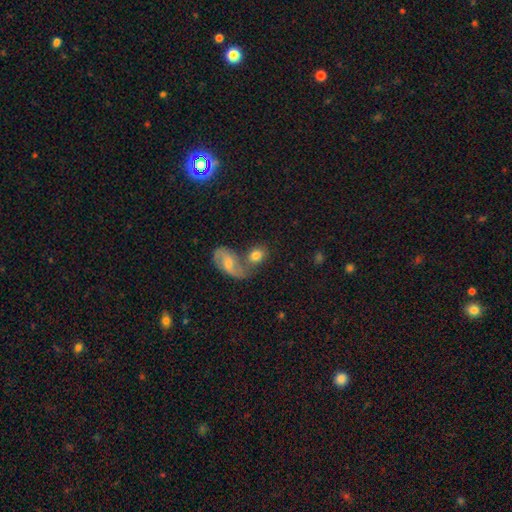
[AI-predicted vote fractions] Overall: smooth (68%). How rounded: in between (64%; round 34%). Merging: merger (48%; none 36%).